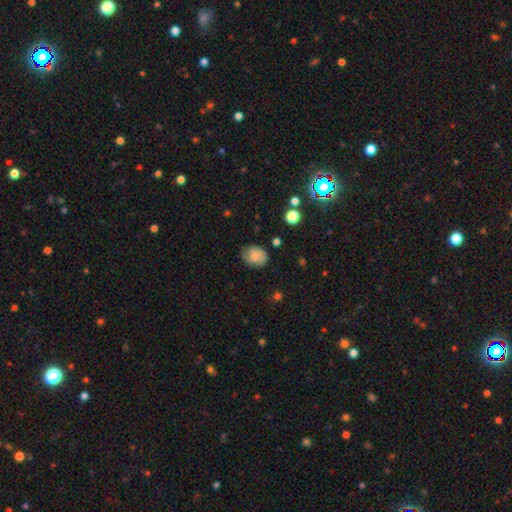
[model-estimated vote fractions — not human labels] smooth-or-featured: smooth: 66% | featured or disk: 25% | star or artifact: 9%
  how-rounded: in between: 52% | round: 47% | cigar-shaped: 1%
  merging: none: 71% | minor disturbance: 22% | major disturbance: 5% | merger: 1%